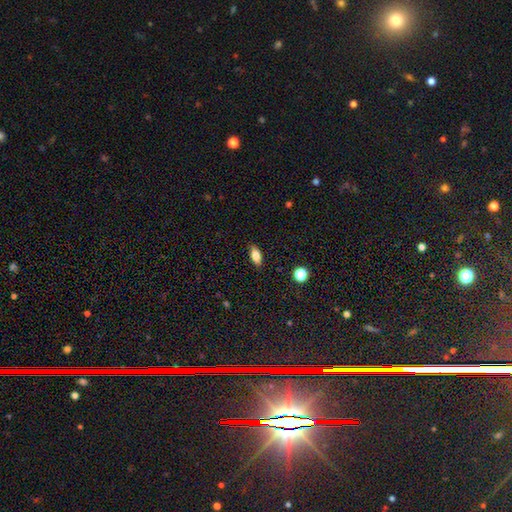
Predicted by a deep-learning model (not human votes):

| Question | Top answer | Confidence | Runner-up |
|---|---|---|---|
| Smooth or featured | smooth | 80% | featured or disk (11%) |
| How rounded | in between | 86% | cigar-shaped (10%) |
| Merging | none | 88% | minor disturbance (9%) |